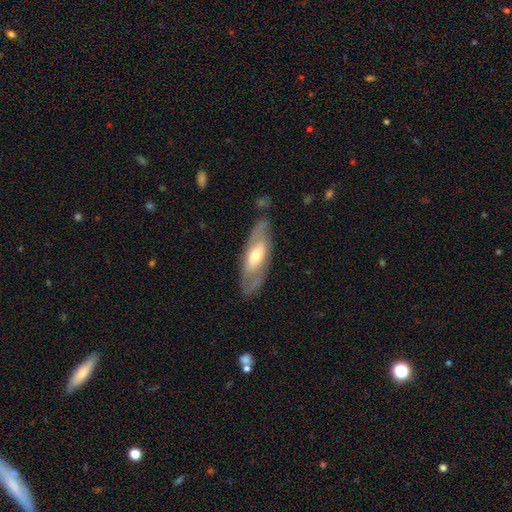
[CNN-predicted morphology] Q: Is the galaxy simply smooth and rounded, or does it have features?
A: featured or disk — 58%.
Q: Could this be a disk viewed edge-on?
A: no — 75%.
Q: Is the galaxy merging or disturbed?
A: none — 78%.